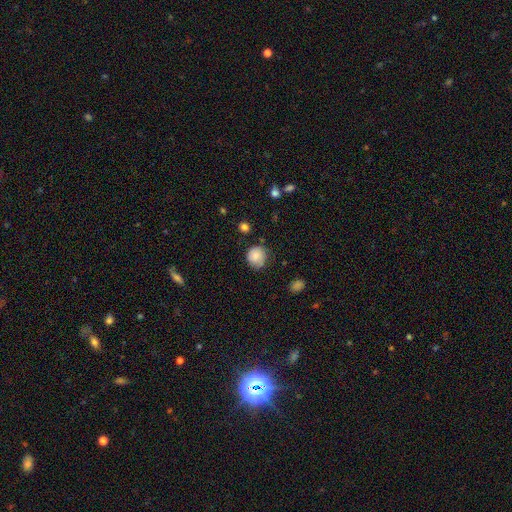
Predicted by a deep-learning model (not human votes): A smooth galaxy with no disk features (80%) that is round (85%). Merging: none (69%).